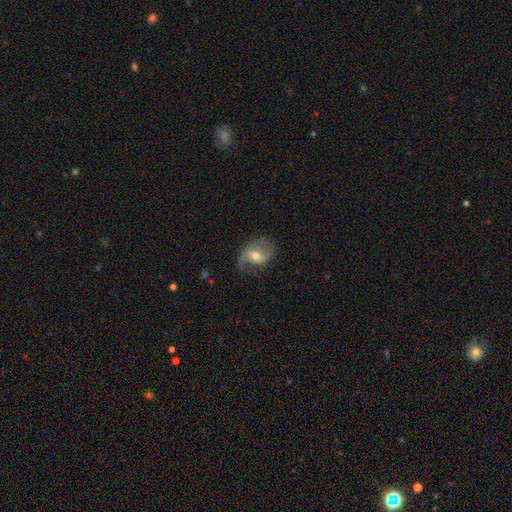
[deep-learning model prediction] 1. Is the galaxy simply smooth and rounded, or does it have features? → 72% featured or disk, 20% smooth, 7% star or artifact.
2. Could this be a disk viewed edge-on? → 97% no, 3% yes.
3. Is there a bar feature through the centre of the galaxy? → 43% weak, 39% no, 18% strong.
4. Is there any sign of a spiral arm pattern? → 91% yes, 9% no.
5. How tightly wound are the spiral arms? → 49% loose, 39% medium, 13% tight.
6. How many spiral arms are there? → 73% 2, 19% 1, 5% can't tell, 1% 3, 1% 4, 1% more than 4.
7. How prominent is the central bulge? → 59% moderate, 35% small, 4% large, 1% none, 1% dominant.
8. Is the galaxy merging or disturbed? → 63% none, 22% minor disturbance, 14% major disturbance, 1% merger.